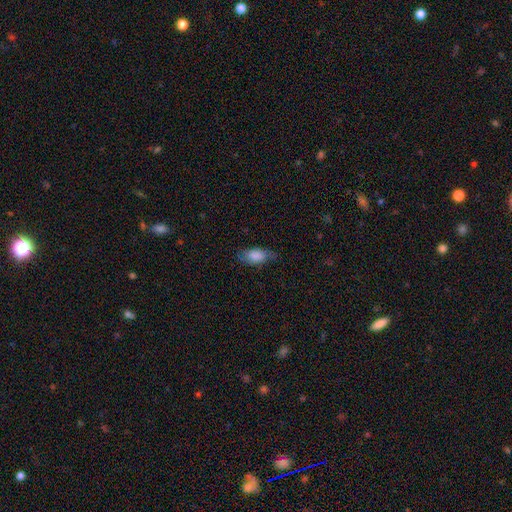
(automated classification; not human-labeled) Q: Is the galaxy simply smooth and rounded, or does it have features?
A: smooth — 77%.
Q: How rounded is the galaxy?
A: in between — 89%.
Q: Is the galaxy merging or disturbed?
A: none — 66%.